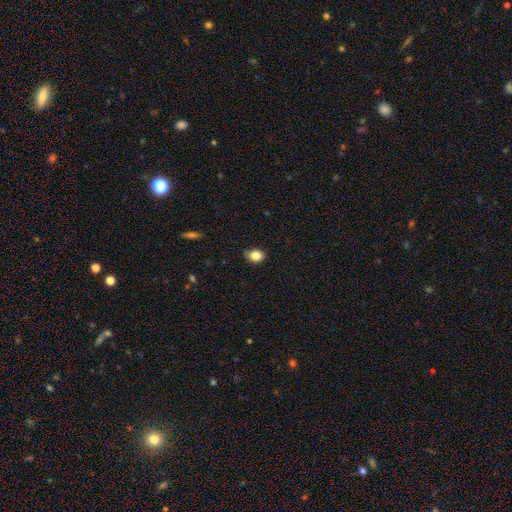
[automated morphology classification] Overall: smooth (85%). How rounded: in between (64%; round 35%). Merging: none (78%).